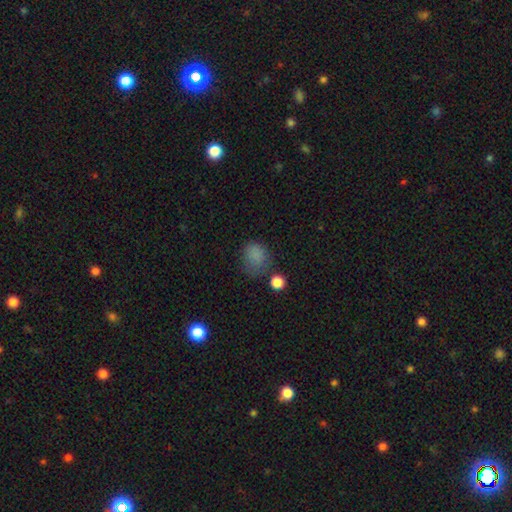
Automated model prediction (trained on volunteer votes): The model was most divided on "how rounded": round: 62%, in between: 37%, cigar-shaped: 1%. More confident: smooth or featured — smooth (80%); merging — none (55%).